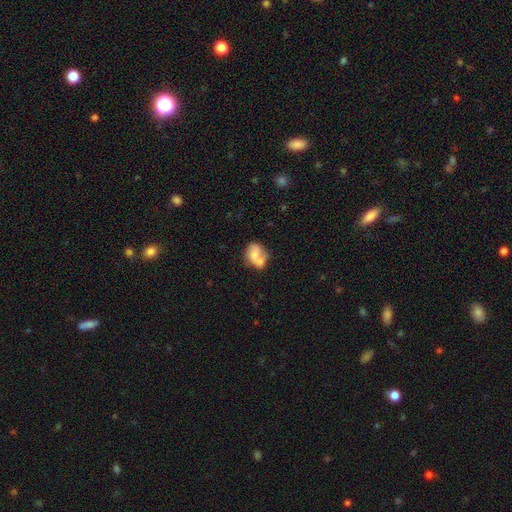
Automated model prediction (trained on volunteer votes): Morphology: type=smooth (48%); merging=merger (40%).